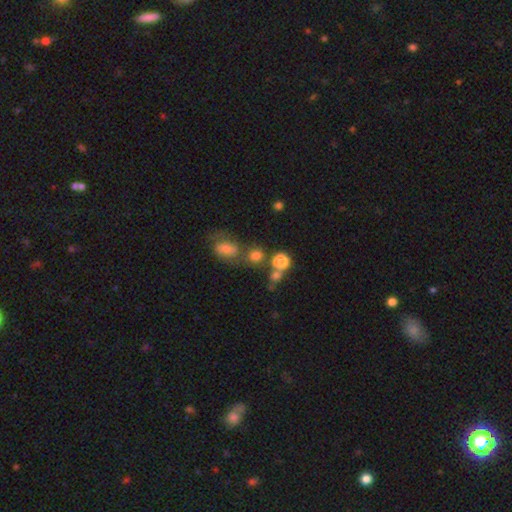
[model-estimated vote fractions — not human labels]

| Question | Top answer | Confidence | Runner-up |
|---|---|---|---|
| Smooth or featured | smooth | 74% | star or artifact (17%) |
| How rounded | round | 76% | in between (22%) |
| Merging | none | 56% | merger (27%) |